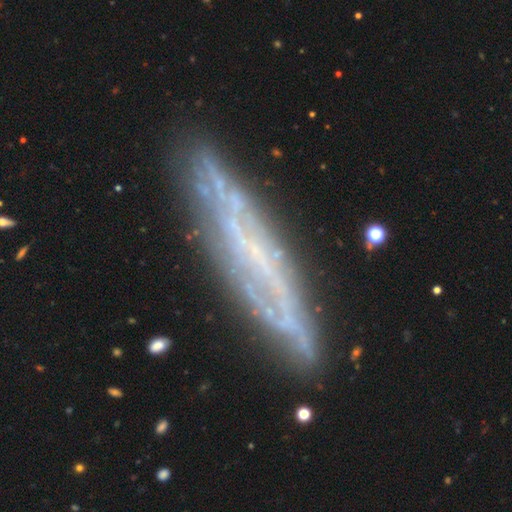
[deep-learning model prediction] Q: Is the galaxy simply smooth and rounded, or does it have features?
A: featured or disk — 70%.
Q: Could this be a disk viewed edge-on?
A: yes — 64%.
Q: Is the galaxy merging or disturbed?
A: none — 78%.